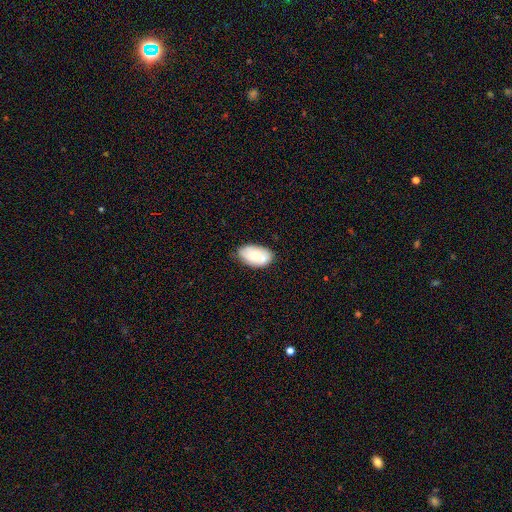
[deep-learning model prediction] This is likely a smooth galaxy (71%). How rounded: clearly in between (94%). Merging: likely none (69%).